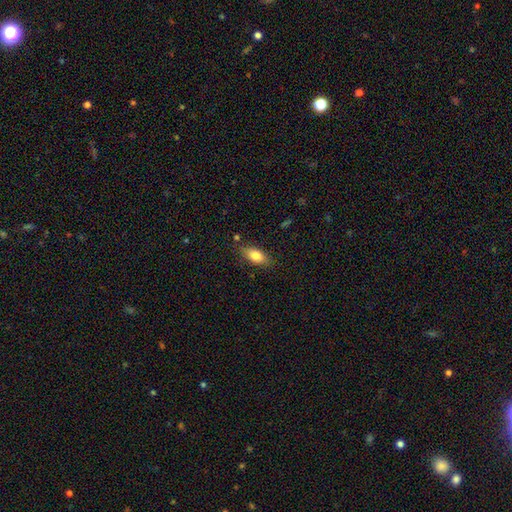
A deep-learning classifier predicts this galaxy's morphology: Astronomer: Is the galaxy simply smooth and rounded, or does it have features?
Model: smooth — 79%.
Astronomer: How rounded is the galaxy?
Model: in between — 85%.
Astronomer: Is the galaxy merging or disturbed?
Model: none — 80%.